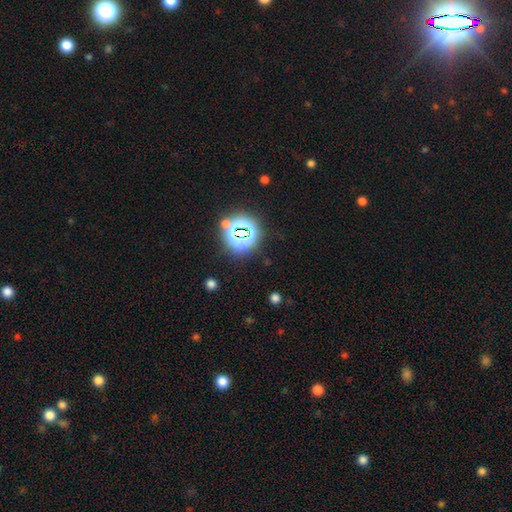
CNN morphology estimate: Smooth or featured?
  - star or artifact: 79% *
  - smooth: 13%
  - featured or disk: 7%